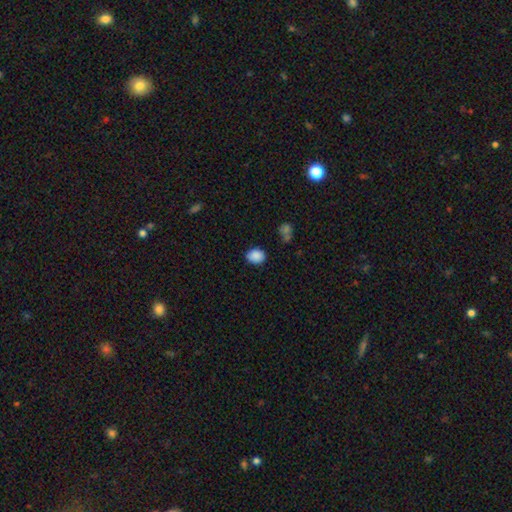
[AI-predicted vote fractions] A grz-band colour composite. It shows a smooth galaxy with no disk features (88%) that is round (51%). Merging: none (82%).